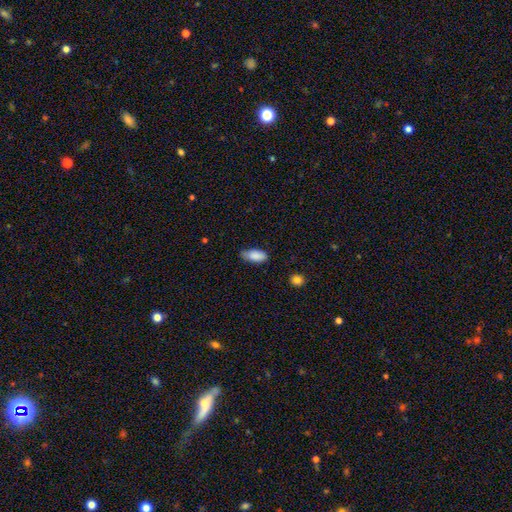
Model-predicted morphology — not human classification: A smooth galaxy with no disk features (87%) that is in between round and cigar-shaped (90%). Merging: none (68%).